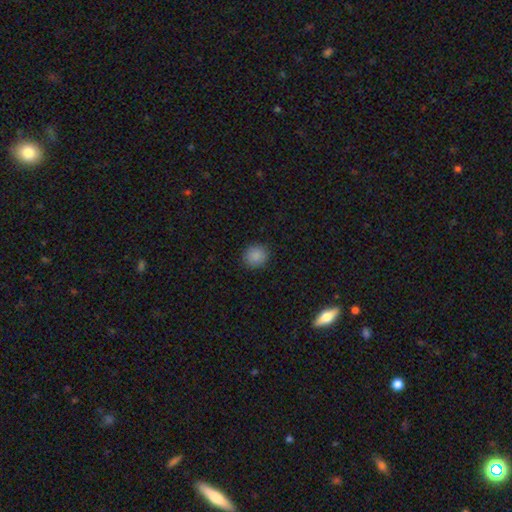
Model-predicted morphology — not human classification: This is clearly a smooth galaxy (88%). How rounded: clearly round (86%). Merging: clearly none (91%).